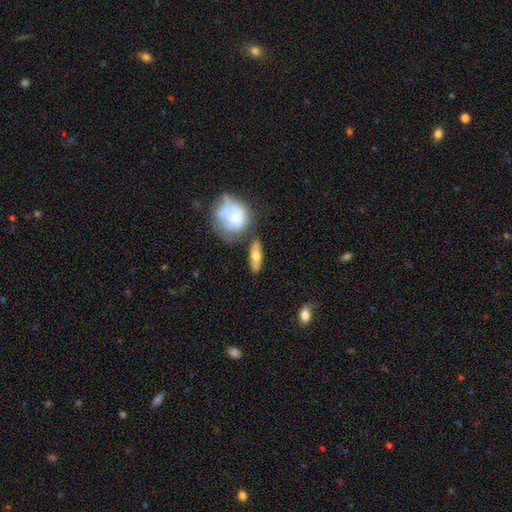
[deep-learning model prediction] Q: Smooth or featured?
A: smooth (56%); runner-up: featured or disk (37%)
Q: How rounded?
A: in between (52%); runner-up: cigar-shaped (41%)
Q: Merging?
A: none (73%); runner-up: minor disturbance (15%)